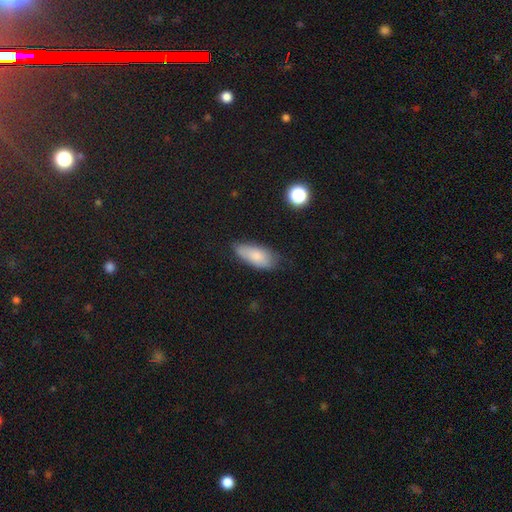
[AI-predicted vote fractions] smooth 81%, featured or disk 12%, star or artifact 7%. Down the decision tree: how rounded — in between (84%); merging — none (64%).